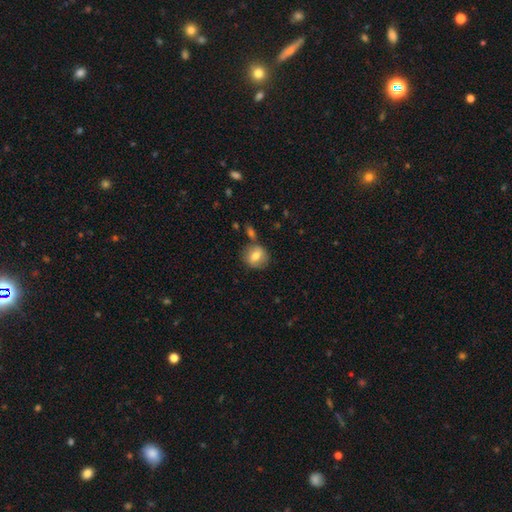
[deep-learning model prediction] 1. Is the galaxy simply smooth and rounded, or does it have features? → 71% smooth, 21% featured or disk, 8% star or artifact.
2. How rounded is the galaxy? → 75% round, 23% in between, 1% cigar-shaped.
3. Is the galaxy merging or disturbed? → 73% none, 14% minor disturbance, 9% merger, 4% major disturbance.